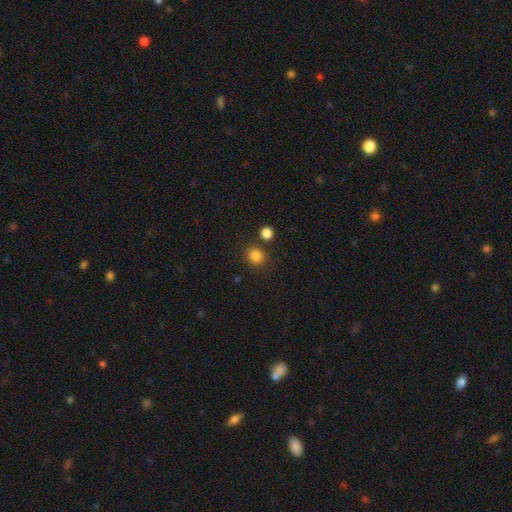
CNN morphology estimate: Smooth or featured: smooth — 83% (star or artifact — 12%)
How rounded: round — 83% (in between — 16%)
Merging: none — 81% (minor disturbance — 8%)